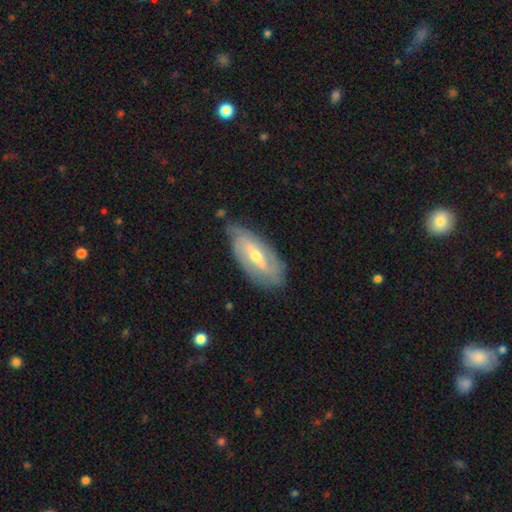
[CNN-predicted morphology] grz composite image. It shows a featured or disk galaxy (71%) with a weak bar (43%), 2 (55%) tight (50%) spiral arms (81%) and a moderate central bulge (53%). Merging: none (72%).